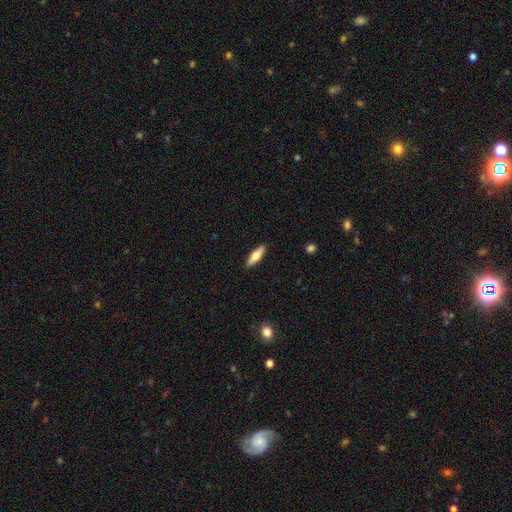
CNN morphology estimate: This appears to be a smooth galaxy with no disk features (63%) that is cigar-shaped (53%). Merging: none (90%).